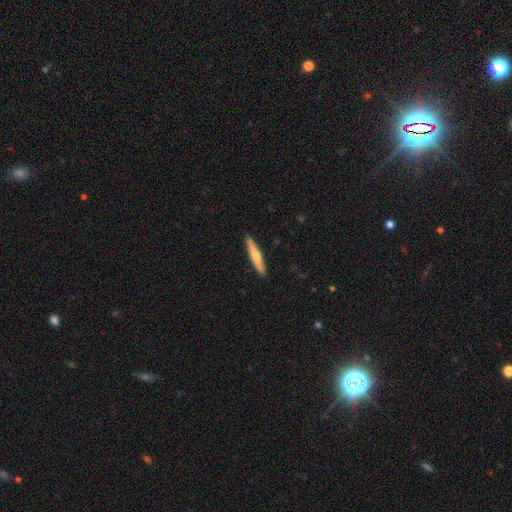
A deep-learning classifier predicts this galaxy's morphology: smooth 54%, featured or disk 41%, star or artifact 5%. Down the decision tree: how rounded — cigar-shaped (93%); merging — none (91%).